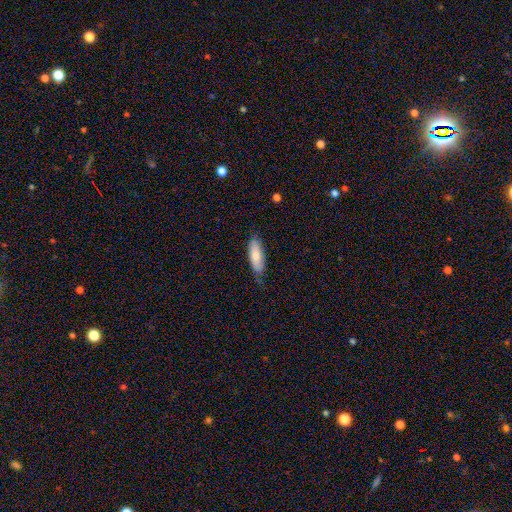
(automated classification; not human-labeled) smooth_or_featured: smooth (p=0.77) [alt: featured or disk p=0.17]
how_rounded: in between (p=0.65) [alt: cigar-shaped p=0.33]
merging: none (p=0.69) [alt: minor disturbance p=0.25]